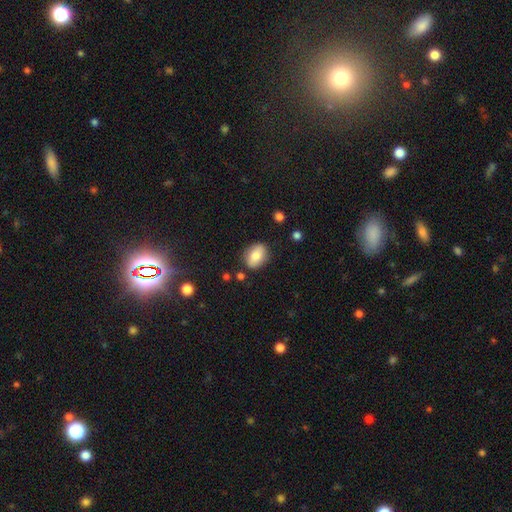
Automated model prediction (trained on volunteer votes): A smooth galaxy with no disk features (77%) that is in between round and cigar-shaped (77%).

Vote fractions:
- Smooth or featured? smooth: 77% / featured or disk: 15% / star or artifact: 8%
- How rounded? in between: 77% / round: 22% / cigar-shaped: 2%
- Merging? none: 82% / minor disturbance: 12% / major disturbance: 3% / merger: 2%